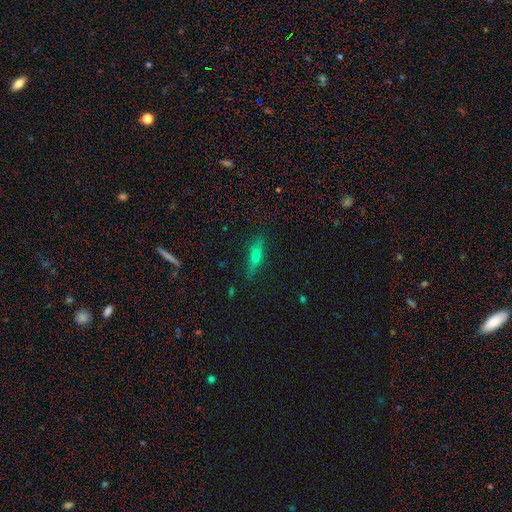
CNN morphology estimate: Smooth or featured? Predicted: smooth (p=0.44). Merging? Predicted: none (p=0.84).